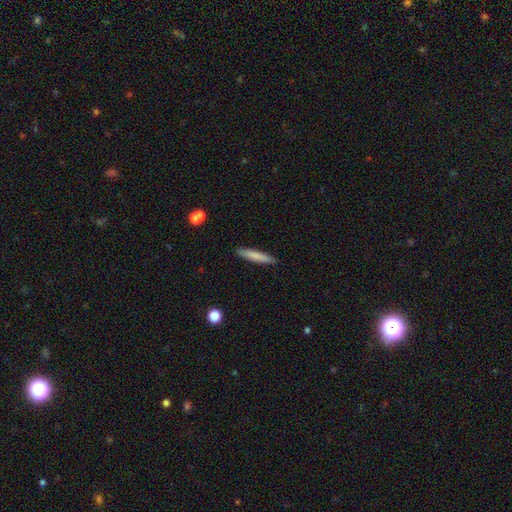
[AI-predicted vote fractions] Smooth or featured: smooth — 79% (featured or disk — 15%)
How rounded: cigar-shaped — 91% (in between — 7%)
Merging: none — 90% (minor disturbance — 7%)